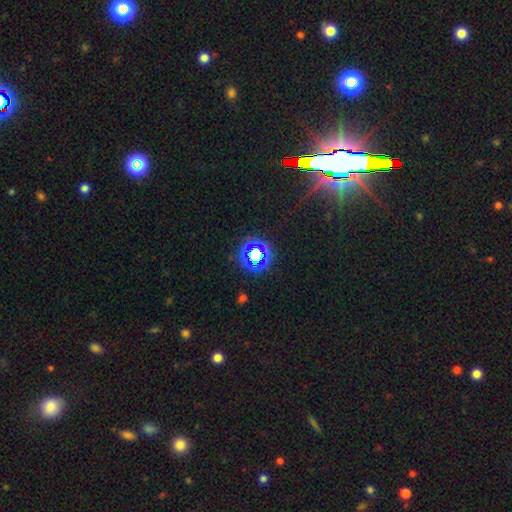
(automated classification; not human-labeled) Q: Smooth or featured?
A: star or artifact (67%); runner-up: smooth (23%)